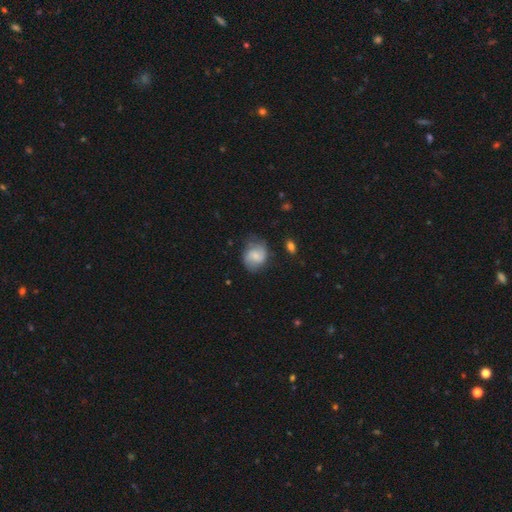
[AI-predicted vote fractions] This appears to be a featured or disk galaxy (48%). Merging: none (66%).